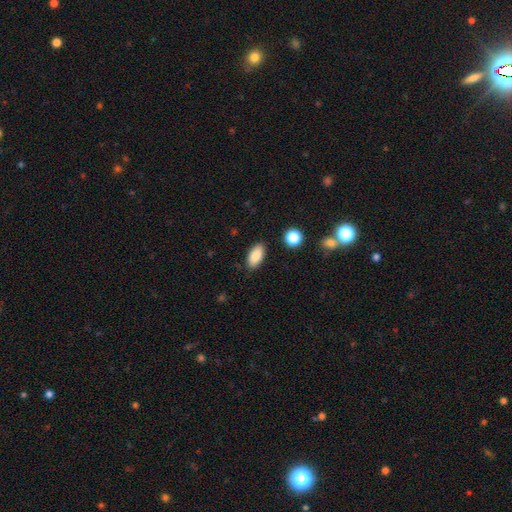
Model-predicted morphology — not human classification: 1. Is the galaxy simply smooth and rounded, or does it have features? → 87% smooth, 7% star or artifact, 6% featured or disk.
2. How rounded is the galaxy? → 91% in between, 6% cigar-shaped, 3% round.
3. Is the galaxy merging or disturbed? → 86% none, 9% minor disturbance, 2% major disturbance, 2% merger.